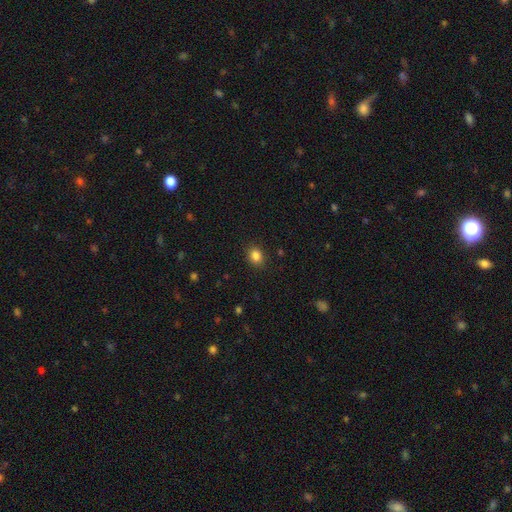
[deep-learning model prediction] A smooth galaxy with no disk features (85%) that is round (53%).

Vote fractions:
- Smooth or featured? smooth: 85% / star or artifact: 11% / featured or disk: 4%
- How rounded? round: 53% / in between: 46% / cigar-shaped: 1%
- Merging? none: 88% / minor disturbance: 8% / major disturbance: 2% / merger: 1%